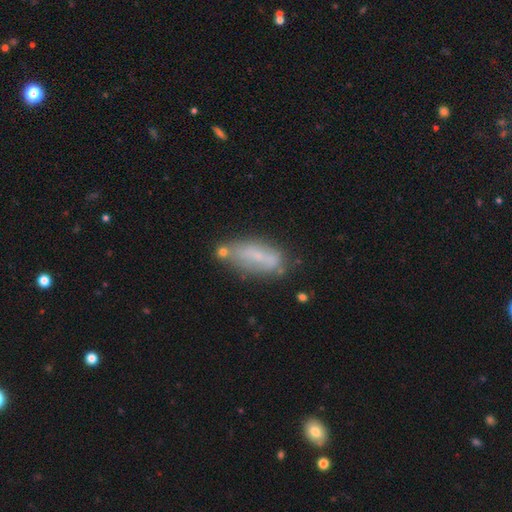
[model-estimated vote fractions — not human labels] smooth_or_featured: smooth (p=0.55) [alt: featured or disk p=0.35]
how_rounded: in between (p=0.73) [alt: cigar-shaped p=0.25]
merging: none (p=0.50) [alt: minor disturbance p=0.25]